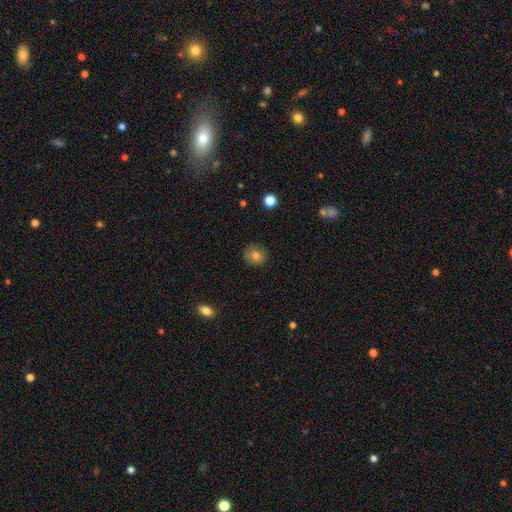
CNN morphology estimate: Overall: smooth (78%). How rounded: round (89%). Merging: none (82%).